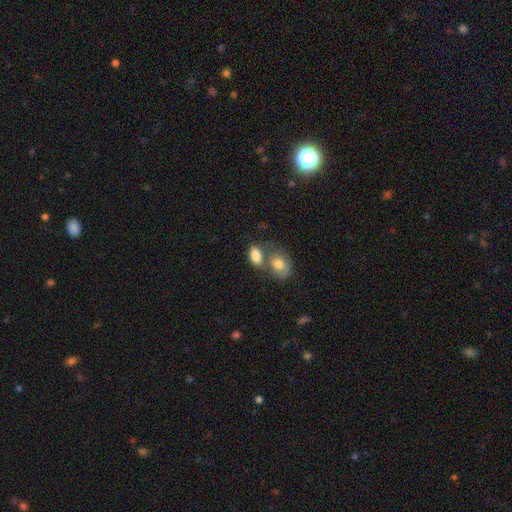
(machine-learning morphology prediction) Smooth or featured? Predicted: smooth (p=0.82). How rounded? Predicted: in between (p=0.88). Merging? Predicted: merger (p=0.45).